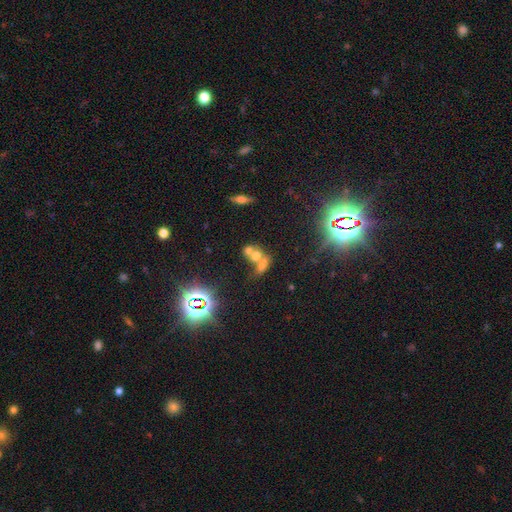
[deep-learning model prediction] smooth 50%, star or artifact 26%, featured or disk 24%. Down the decision tree: how rounded — in between (62%); merging — merger (66%).